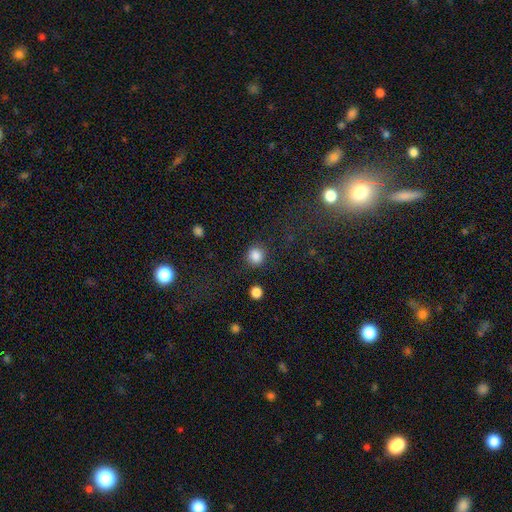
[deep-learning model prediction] This appears to be a smooth galaxy with no disk features (86%) that is round (90%). Merging: none (87%).